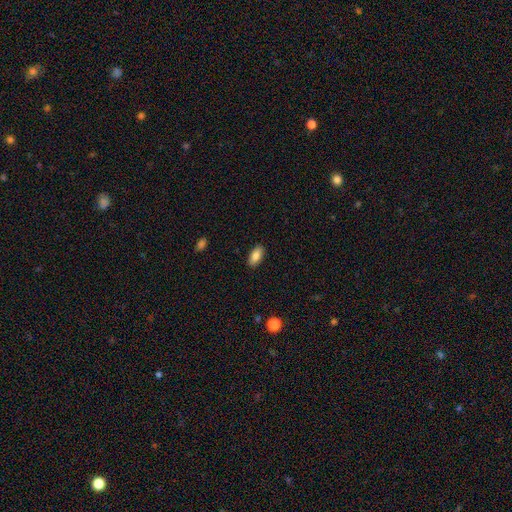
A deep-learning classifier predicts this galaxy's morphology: This is clearly a smooth galaxy (85%). How rounded: clearly in between (91%). Merging: clearly none (89%).